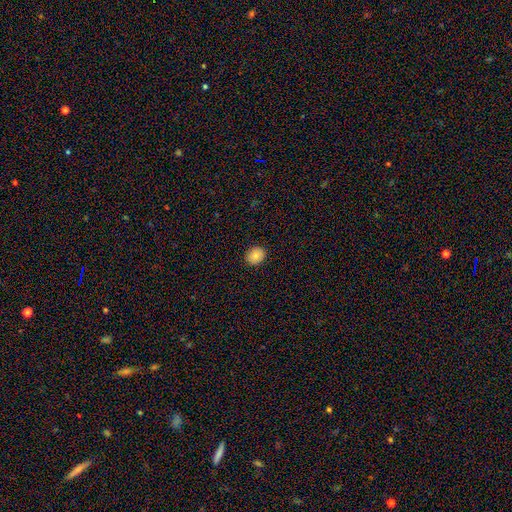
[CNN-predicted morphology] smooth 83%, featured or disk 9%, star or artifact 9%. Down the decision tree: how rounded — round (66%); merging — none (90%).